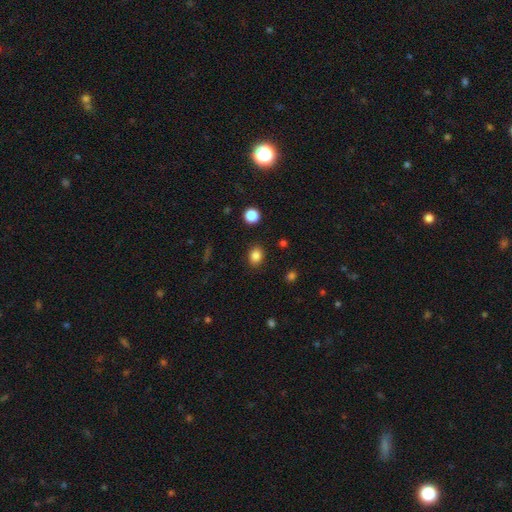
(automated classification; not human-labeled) smooth 84%, star or artifact 11%, featured or disk 5%. Down the decision tree: how rounded — in between (51%); merging — none (88%).